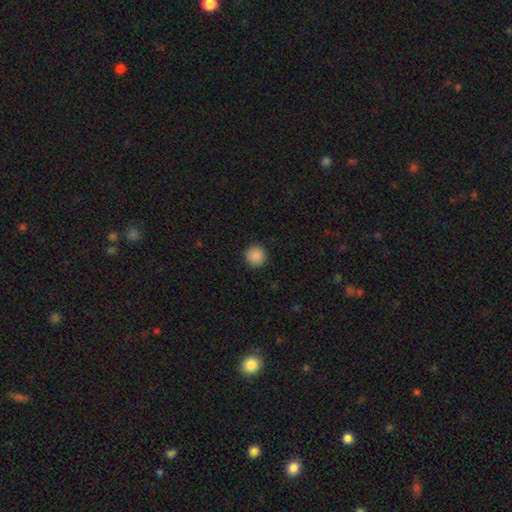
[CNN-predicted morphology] Q: Smooth or featured?
A: smooth (88%); runner-up: star or artifact (9%)
Q: How rounded?
A: round (95%); runner-up: in between (4%)
Q: Merging?
A: none (93%); runner-up: minor disturbance (5%)